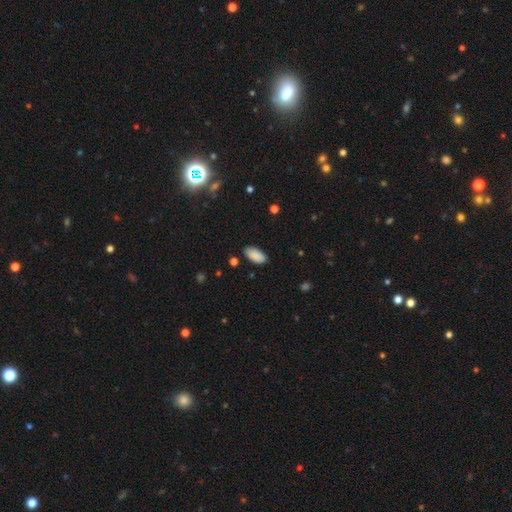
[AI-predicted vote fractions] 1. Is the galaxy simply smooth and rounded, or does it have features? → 89% smooth, 7% star or artifact, 4% featured or disk.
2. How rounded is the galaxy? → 93% in between, 5% cigar-shaped, 2% round.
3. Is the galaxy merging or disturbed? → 83% none, 13% minor disturbance, 2% major disturbance, 1% merger.